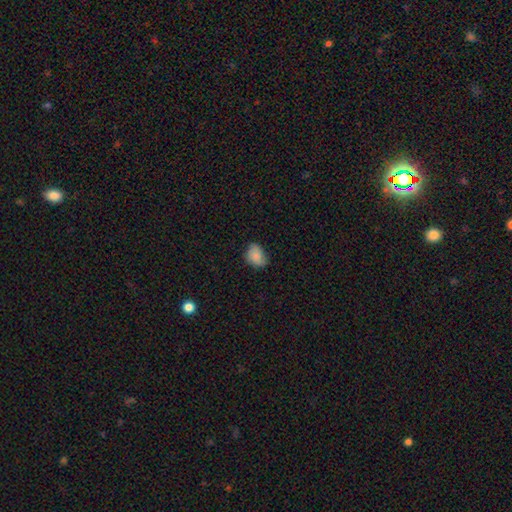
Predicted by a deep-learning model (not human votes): Morphology: type=smooth (79%); roundness=in between (62%); merging=none (63%).